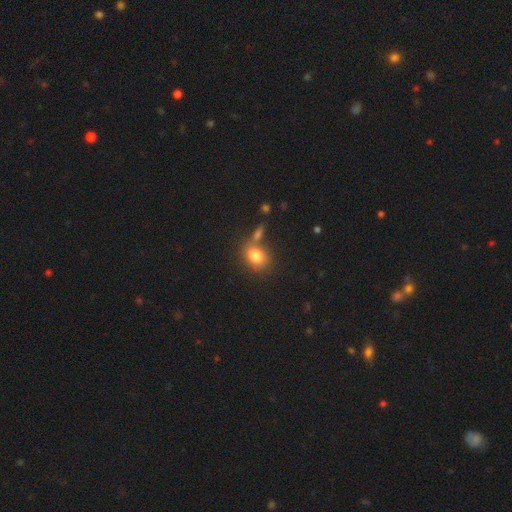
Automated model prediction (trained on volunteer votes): This is clearly a smooth galaxy (80%). How rounded: possibly in between (56%). Merging: likely none (61%).